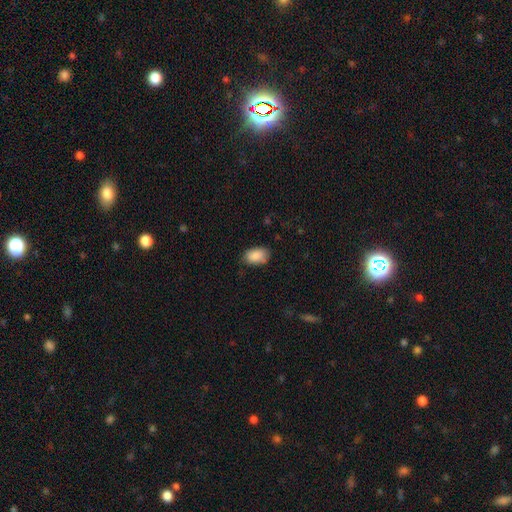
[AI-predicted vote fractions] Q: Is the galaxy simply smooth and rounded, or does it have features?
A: smooth — 88%.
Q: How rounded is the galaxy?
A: in between — 90%.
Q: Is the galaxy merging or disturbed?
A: none — 73%.